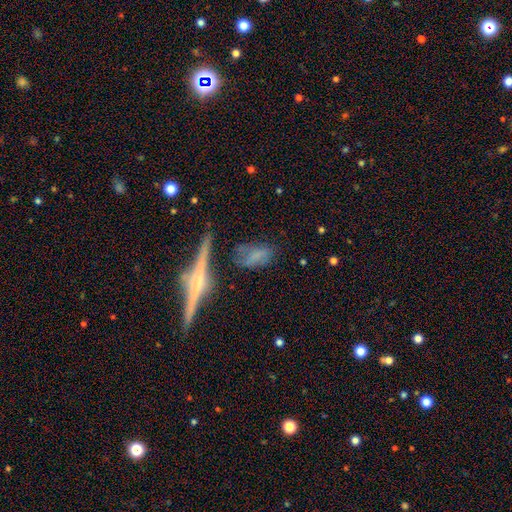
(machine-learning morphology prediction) Smooth or featured? smooth (54%)
How rounded? in between (76%)
Merging? none (55%)